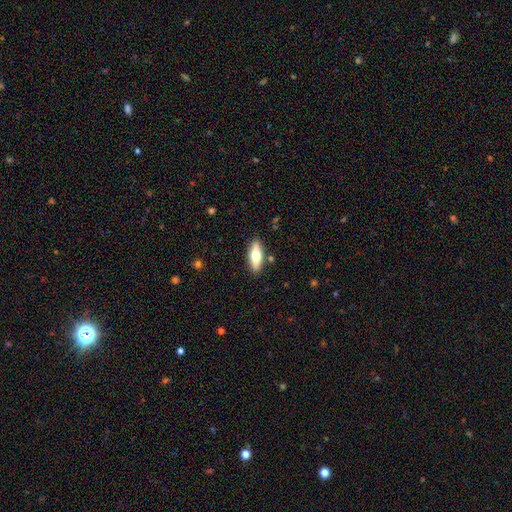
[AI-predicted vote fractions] Overall: smooth (59%; featured or disk 35%). How rounded: in between (64%; cigar-shaped 34%). Merging: none (87%).